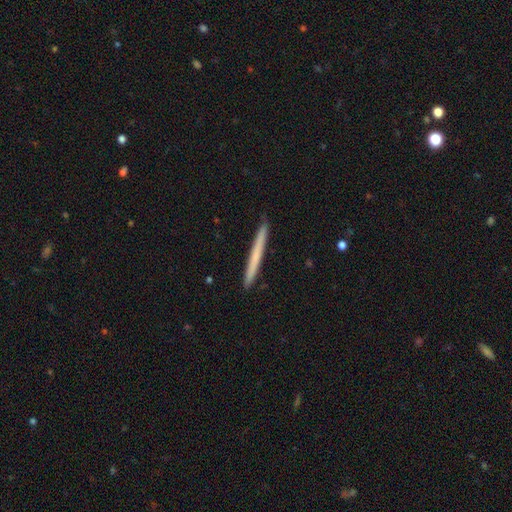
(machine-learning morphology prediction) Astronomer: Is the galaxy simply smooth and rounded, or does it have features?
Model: smooth — 60% (runner-up: featured or disk, 35%).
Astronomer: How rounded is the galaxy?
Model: cigar-shaped — 98%.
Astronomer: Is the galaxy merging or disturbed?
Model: none — 93%.